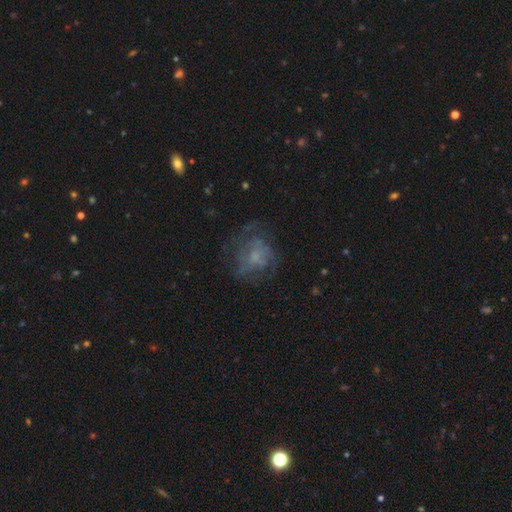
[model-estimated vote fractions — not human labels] Q: Smooth or featured?
A: featured or disk (50%); runner-up: smooth (35%)
Q: Merging?
A: none (56%); runner-up: major disturbance (22%)